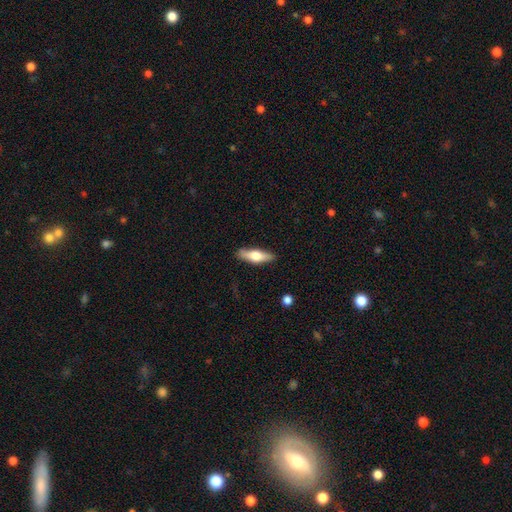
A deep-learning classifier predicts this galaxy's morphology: Q: Smooth or featured?
A: smooth (55%); runner-up: featured or disk (39%)
Q: How rounded?
A: cigar-shaped (53%); runner-up: in between (44%)
Q: Merging?
A: none (86%); runner-up: minor disturbance (11%)